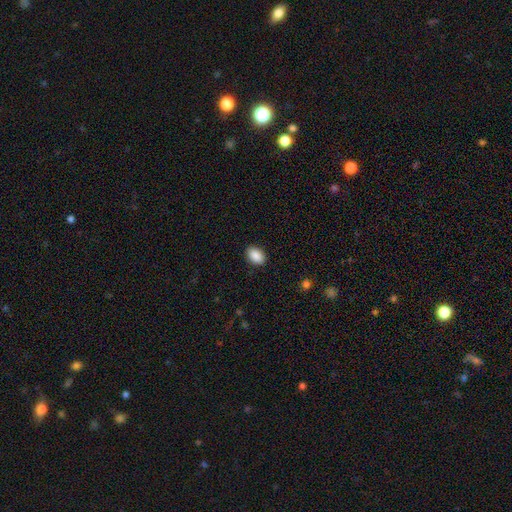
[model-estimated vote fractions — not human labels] Overall: smooth (89%). How rounded: in between (86%). Merging: none (89%).